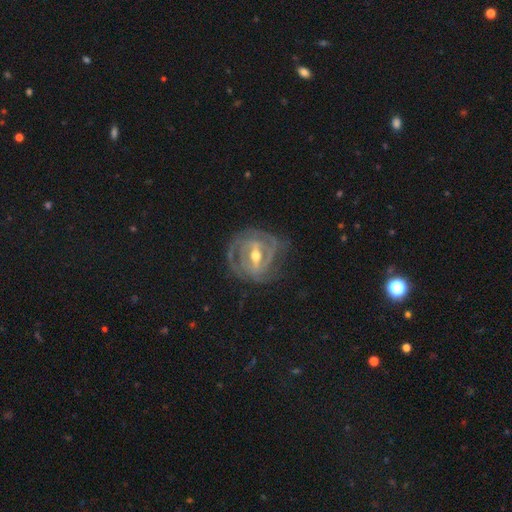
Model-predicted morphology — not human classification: Smooth or featured: featured or disk — 87% (smooth — 8%)
Edge-on disk: no — 94% (yes — 6%)
Bar: strong — 55% (weak — 33%)
Spiral arms: yes — 88% (no — 12%)
Spiral winding: tight — 65% (medium — 27%)
Spiral arm count: 2 — 34% (can't tell — 29%)
Bulge size: moderate — 71% (small — 23%)
Merging: none — 70% (minor disturbance — 19%)